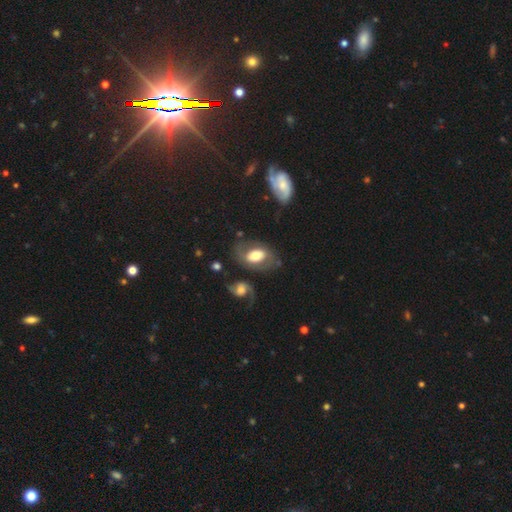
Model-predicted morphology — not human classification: Smooth or featured?
  - smooth: 48% *
  - featured or disk: 45%
  - star or artifact: 7%
Merging?
  - none: 55% *
  - minor disturbance: 20%
  - major disturbance: 17%
  - merger: 9%